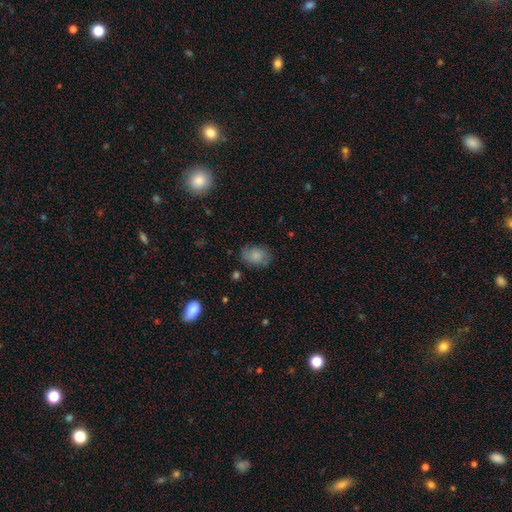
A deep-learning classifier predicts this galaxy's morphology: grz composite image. It shows a smooth galaxy with no disk features (78%) that is in between round and cigar-shaped (76%). Merging: none (69%).